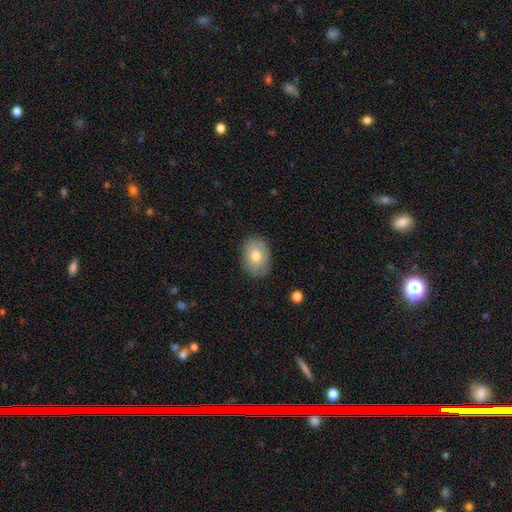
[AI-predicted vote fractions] Q: Smooth or featured?
A: smooth (76%); runner-up: featured or disk (17%)
Q: How rounded?
A: in between (77%); runner-up: round (22%)
Q: Merging?
A: none (83%); runner-up: minor disturbance (13%)